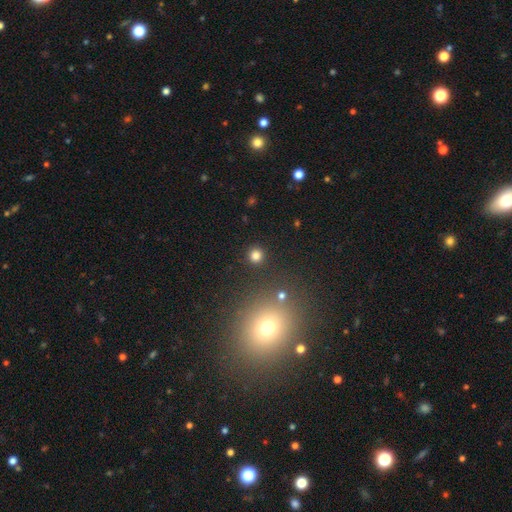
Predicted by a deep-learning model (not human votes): smooth 81%, star or artifact 15%, featured or disk 5%. Down the decision tree: how rounded — round (93%); merging — none (90%).